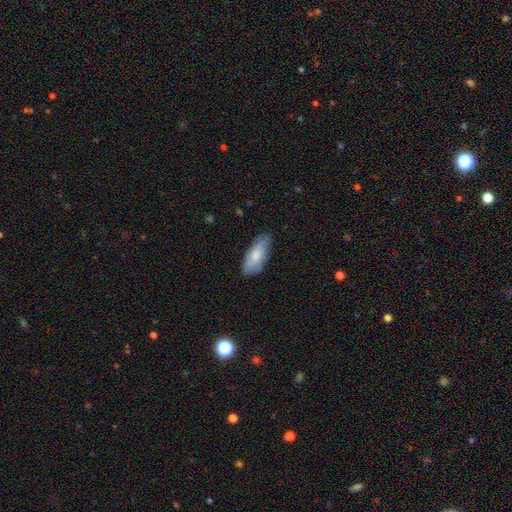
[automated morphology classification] This appears to be a smooth galaxy with no disk features (74%) that is in between round and cigar-shaped (84%). Merging: none (73%).